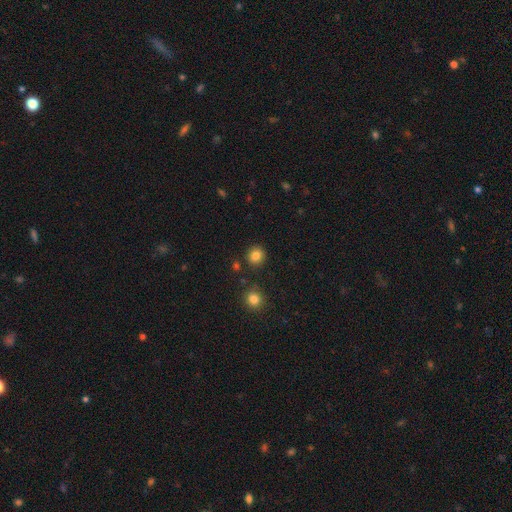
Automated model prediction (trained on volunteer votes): The model was most divided on "smooth or featured": smooth: 84%, star or artifact: 11%, featured or disk: 5%. More confident: merging — none (88%); how rounded — round (87%).